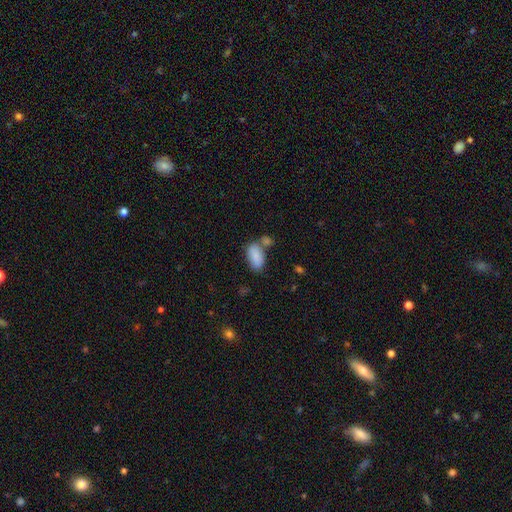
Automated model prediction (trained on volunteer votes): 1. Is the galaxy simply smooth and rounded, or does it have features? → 87% smooth, 7% star or artifact, 6% featured or disk.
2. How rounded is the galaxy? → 93% in between, 4% cigar-shaped, 3% round.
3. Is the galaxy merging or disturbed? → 53% none, 26% merger, 16% minor disturbance, 5% major disturbance.